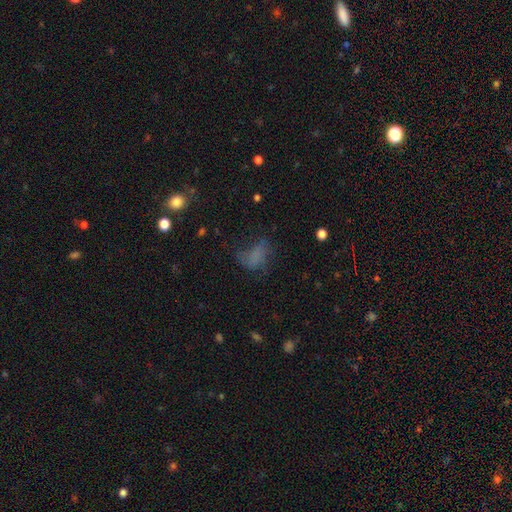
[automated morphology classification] Smooth or featured?
  - smooth: 57% *
  - featured or disk: 22%
  - star or artifact: 20%
How rounded?
  - in between: 79% *
  - round: 17%
  - cigar-shaped: 4%
Merging?
  - major disturbance: 36% * (tied)
  - none: 36% * (tied)
  - minor disturbance: 24%
  - merger: 3%